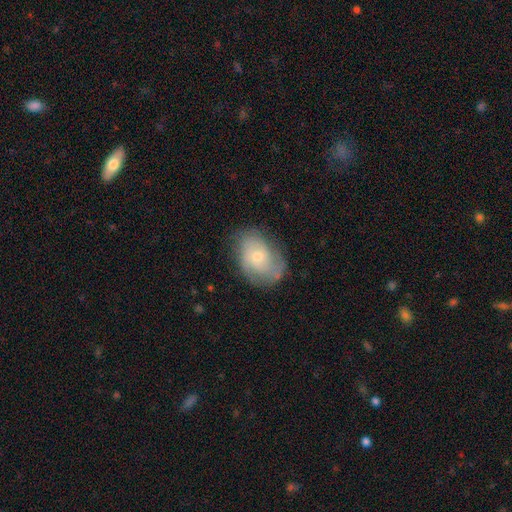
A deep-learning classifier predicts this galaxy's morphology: This is possibly a featured or disk galaxy (54%). It is clearly not viewed edge-on (96%). Bar: likely no (78%). Spiral arm pattern: likely yes (79%). Central bulge: possibly small (56%). Merging: likely none (69%).